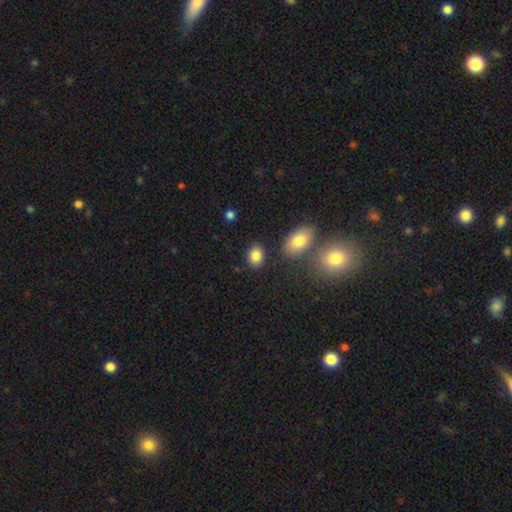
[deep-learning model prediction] This is clearly a smooth galaxy (85%). How rounded: likely in between (69%). Merging: clearly none (82%).